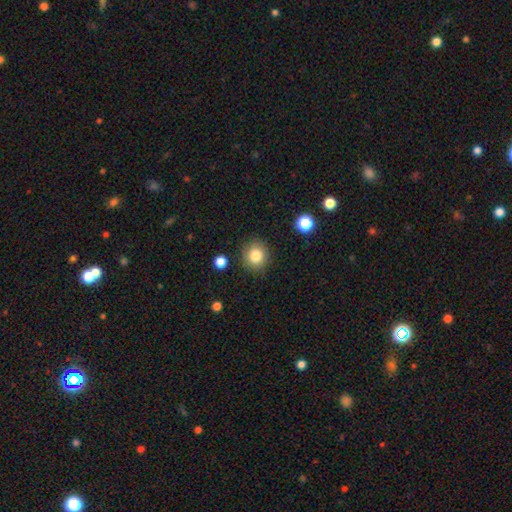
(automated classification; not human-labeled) smooth 82%, star or artifact 11%, featured or disk 7%. Down the decision tree: how rounded — round (86%); merging — none (88%).